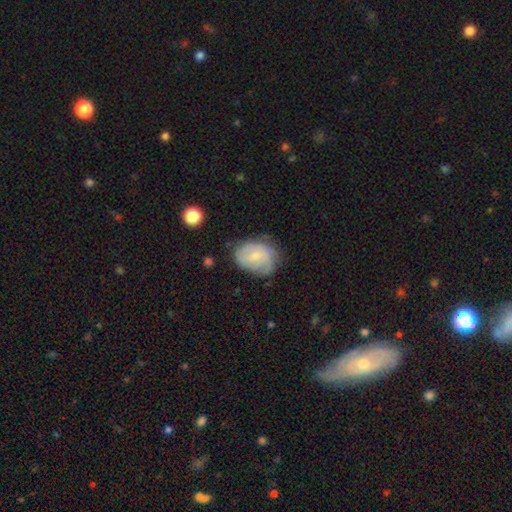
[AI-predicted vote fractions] A smooth galaxy with no disk features (48%). Merging: none (54%).